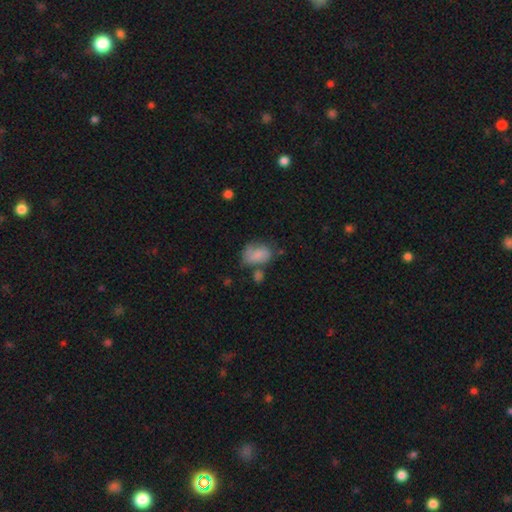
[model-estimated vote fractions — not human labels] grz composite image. It shows a smooth galaxy with no disk features (72%) that is in between round and cigar-shaped (79%). Merging: none (41%).